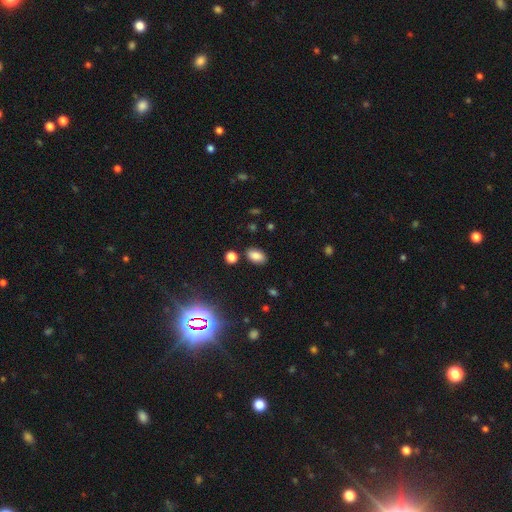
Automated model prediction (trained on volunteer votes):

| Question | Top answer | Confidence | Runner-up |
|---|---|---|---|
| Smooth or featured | smooth | 84% | star or artifact (11%) |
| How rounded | in between | 90% | round (9%) |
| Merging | none | 83% | minor disturbance (10%) |